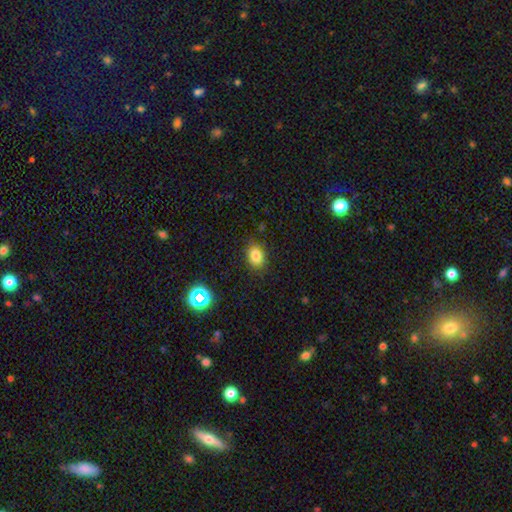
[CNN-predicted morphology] type=smooth (82%); roundness=in between (60%); merging=none (83%).